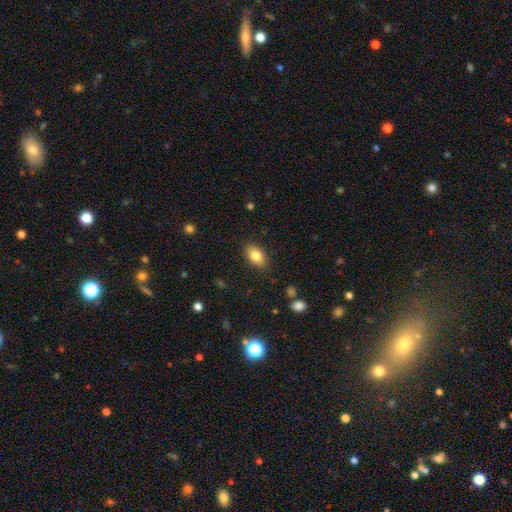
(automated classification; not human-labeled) Q: Smooth or featured?
A: smooth (81%); runner-up: featured or disk (11%)
Q: How rounded?
A: in between (88%); runner-up: round (10%)
Q: Merging?
A: none (87%); runner-up: minor disturbance (10%)